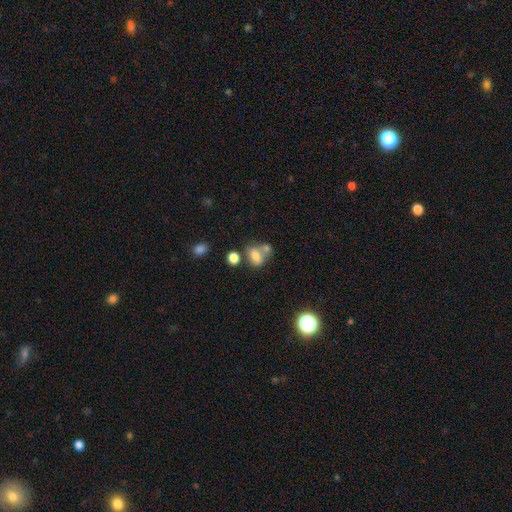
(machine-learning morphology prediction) Smooth or featured? smooth (72%)
How rounded? in between (64%)
Merging? none (41%)